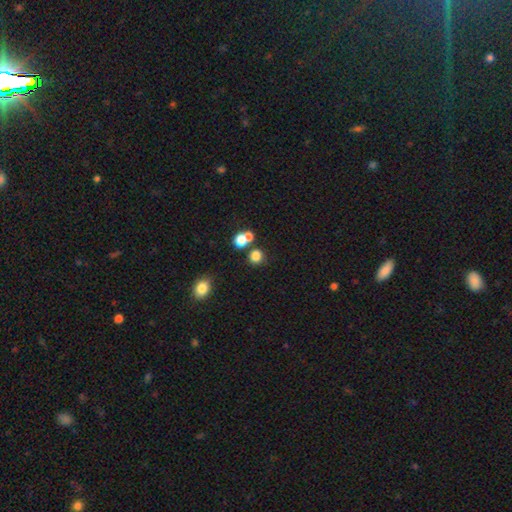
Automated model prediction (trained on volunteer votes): Smooth or featured?
  - smooth: 78% *
  - star or artifact: 15%
  - featured or disk: 7%
How rounded?
  - round: 87% *
  - in between: 12%
  - cigar-shaped: 1%
Merging?
  - none: 66% *
  - merger: 23%
  - minor disturbance: 8%
  - major disturbance: 4%